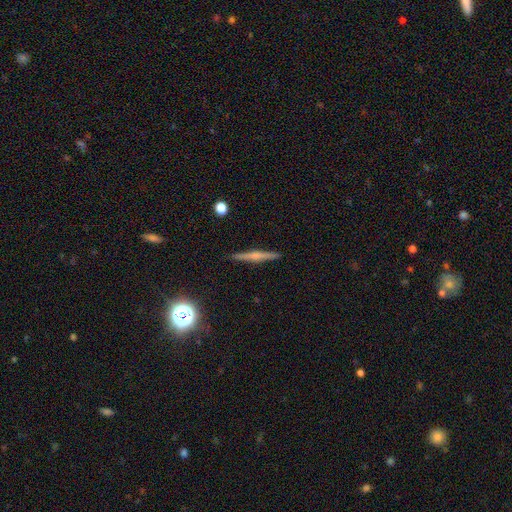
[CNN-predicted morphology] This is likely a featured or disk galaxy (60%). It is clearly viewed edge-on (98%). Edge-on bulge: likely rounded (63%). Merging: clearly none (92%).